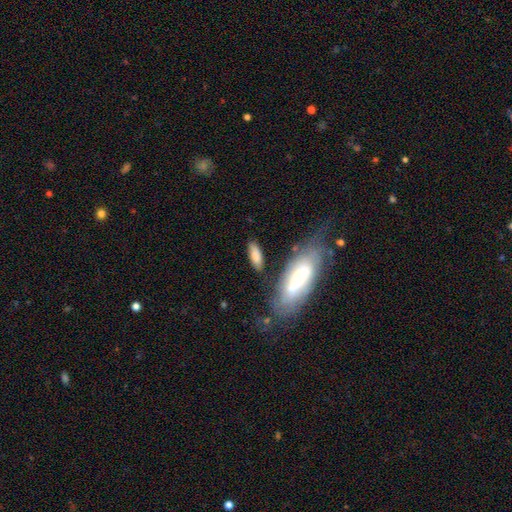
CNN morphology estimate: smooth-or-featured: smooth: 79% | featured or disk: 15% | star or artifact: 6%
  how-rounded: in between: 59% | cigar-shaped: 39% | round: 3%
  merging: none: 73% | minor disturbance: 15% | merger: 7% | major disturbance: 5%